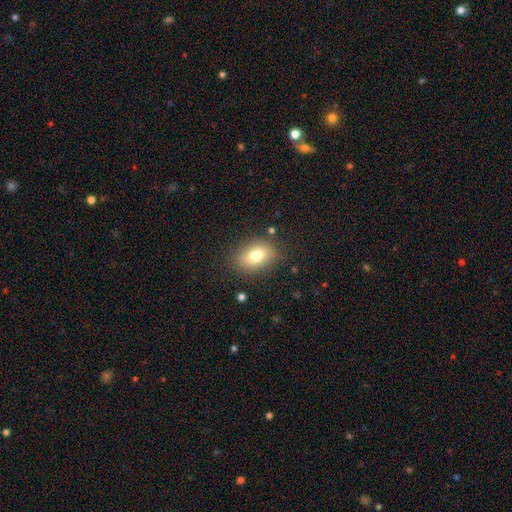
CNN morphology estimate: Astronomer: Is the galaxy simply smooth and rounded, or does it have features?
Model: smooth — 76%.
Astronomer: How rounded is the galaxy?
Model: in between — 77%.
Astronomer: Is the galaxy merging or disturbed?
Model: none — 85%.